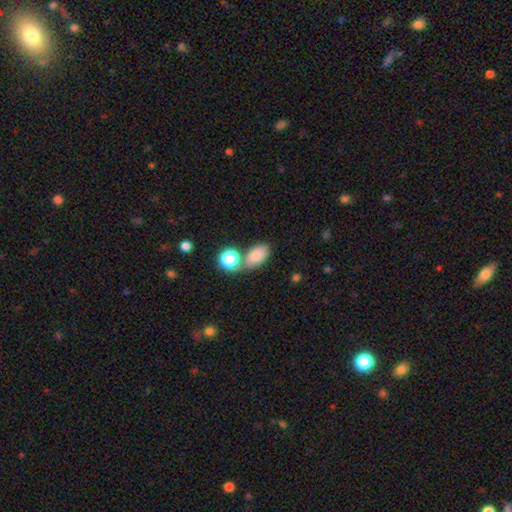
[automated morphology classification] Smooth or featured? smooth (80%)
How rounded? in between (87%)
Merging? none (59%)